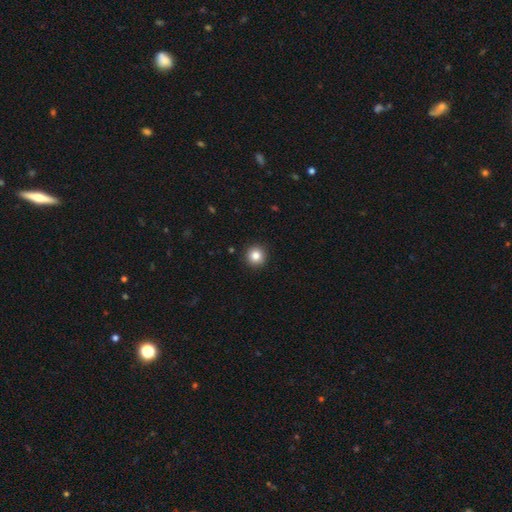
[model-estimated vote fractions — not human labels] smooth 84%, star or artifact 10%, featured or disk 5%. Down the decision tree: how rounded — round (95%); merging — none (93%).